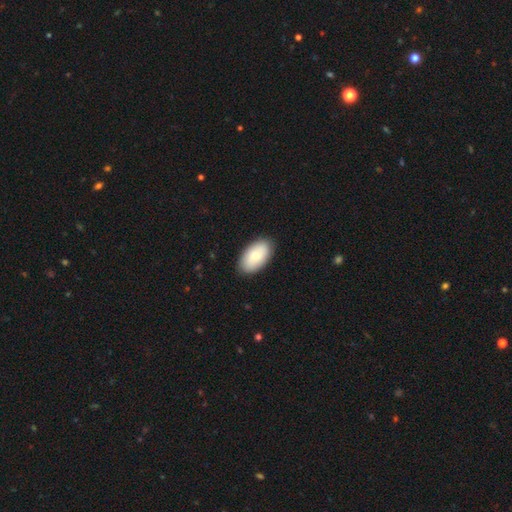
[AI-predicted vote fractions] The model was most divided on "smooth or featured": smooth: 79%, featured or disk: 16%, star or artifact: 5%. More confident: how rounded — in between (95%); merging — none (88%).